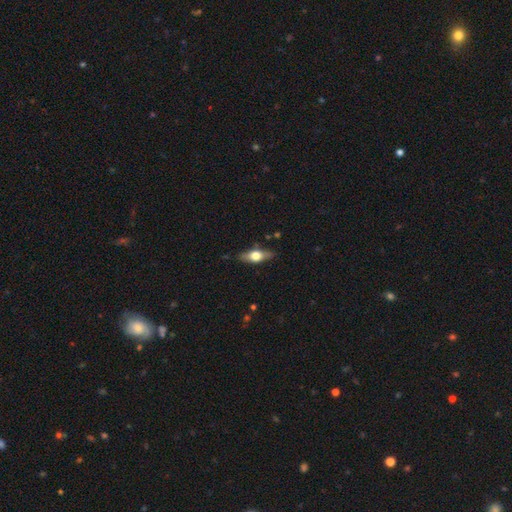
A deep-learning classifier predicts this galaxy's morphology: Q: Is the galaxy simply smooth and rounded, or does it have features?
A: smooth — 51%.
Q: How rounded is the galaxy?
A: in between — 66%.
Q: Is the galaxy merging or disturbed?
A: none — 82%.